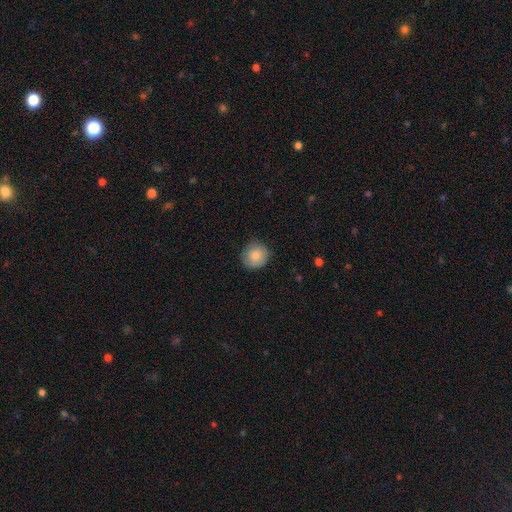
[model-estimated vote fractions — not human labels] Morphology: type=smooth (85%); roundness=round (91%); merging=none (81%).